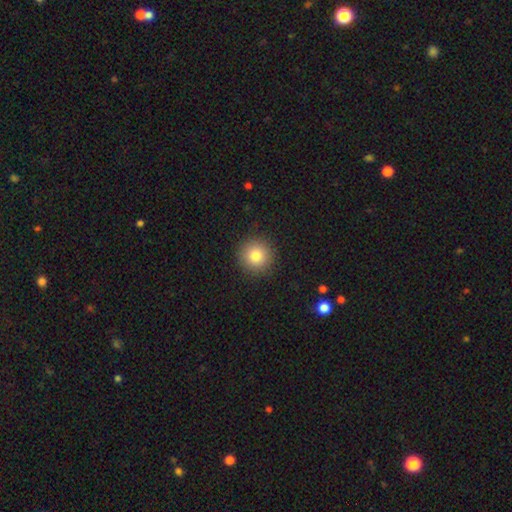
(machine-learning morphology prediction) A smooth galaxy with no disk features (82%) that is round (95%). Merging: none (91%).